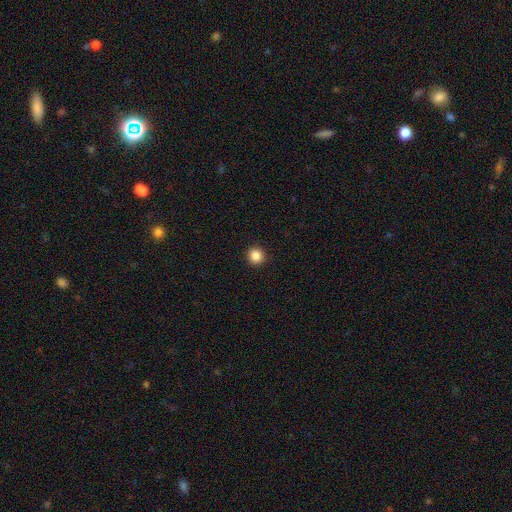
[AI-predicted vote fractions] Smooth or featured: smooth — 86% (star or artifact — 11%)
How rounded: round — 94% (in between — 5%)
Merging: none — 93% (minor disturbance — 4%)